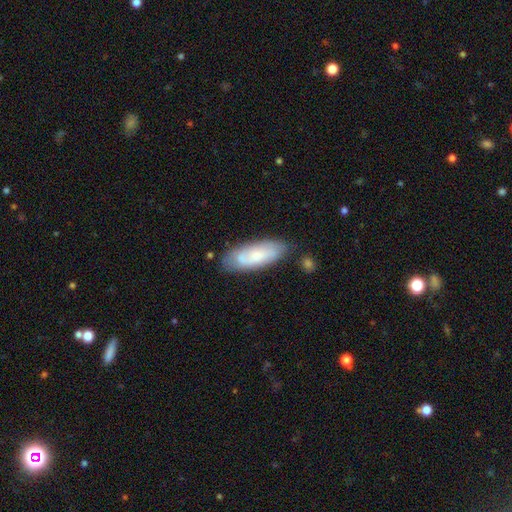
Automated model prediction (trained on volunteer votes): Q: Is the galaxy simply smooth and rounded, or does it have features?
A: smooth — 55%.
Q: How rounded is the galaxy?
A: in between — 74%.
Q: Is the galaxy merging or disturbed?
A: none — 72%.